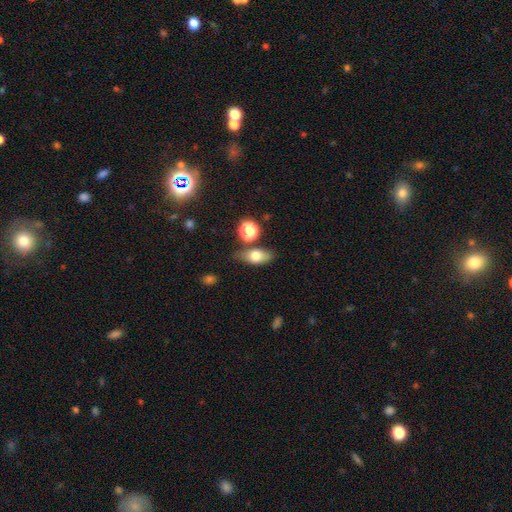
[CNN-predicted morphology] This appears to be a smooth galaxy with no disk features (69%) that is in between round and cigar-shaped (79%). Merging: none (71%).